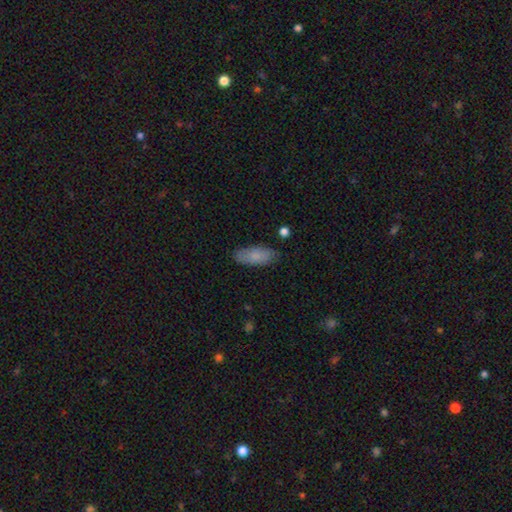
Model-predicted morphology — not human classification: Q: Smooth or featured?
A: smooth (83%); runner-up: featured or disk (11%)
Q: How rounded?
A: in between (79%); runner-up: cigar-shaped (19%)
Q: Merging?
A: none (82%); runner-up: minor disturbance (14%)